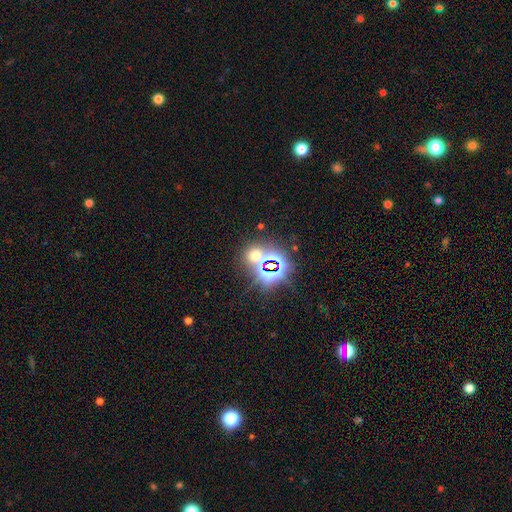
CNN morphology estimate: star or artifact 55%, smooth 37%, featured or disk 8%.